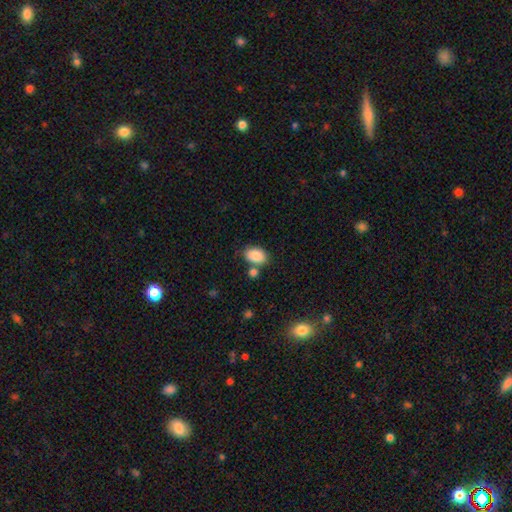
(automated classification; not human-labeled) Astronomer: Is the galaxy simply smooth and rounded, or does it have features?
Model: smooth — 87%.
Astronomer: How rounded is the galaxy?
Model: in between — 88%.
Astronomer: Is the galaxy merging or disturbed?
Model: none — 67%.